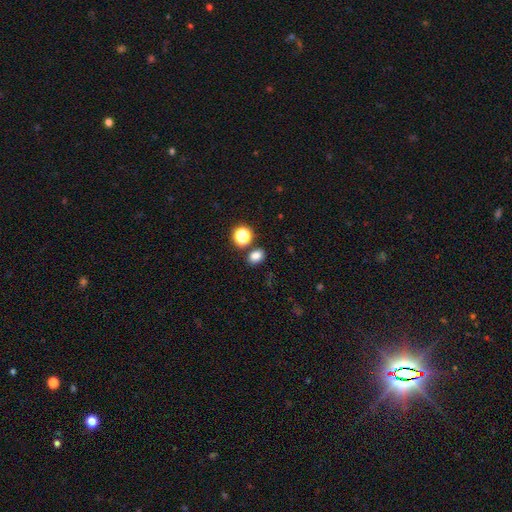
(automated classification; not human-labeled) The model was most divided on "how rounded": in between: 56%, round: 43%, cigar-shaped: 1%. More confident: smooth or featured — smooth (79%); merging — none (79%).